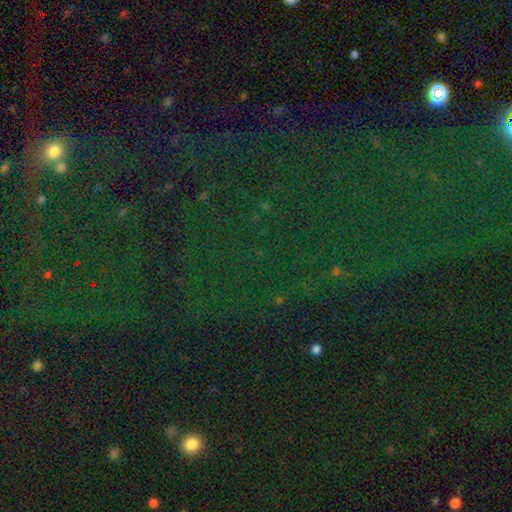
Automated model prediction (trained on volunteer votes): This appears to be a star or artifact, not a galaxy (81%).